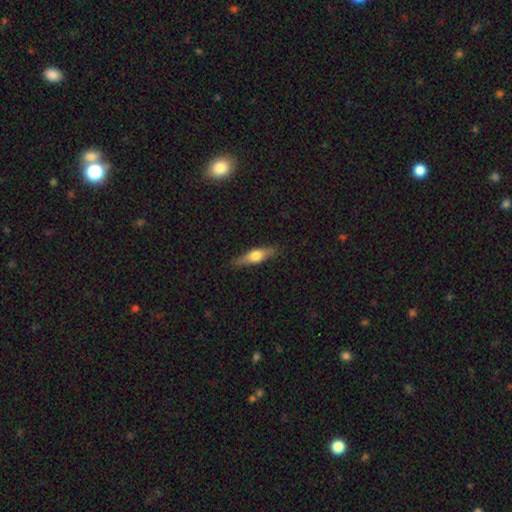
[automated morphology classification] A featured or disk galaxy (49%). Merging: none (86%).